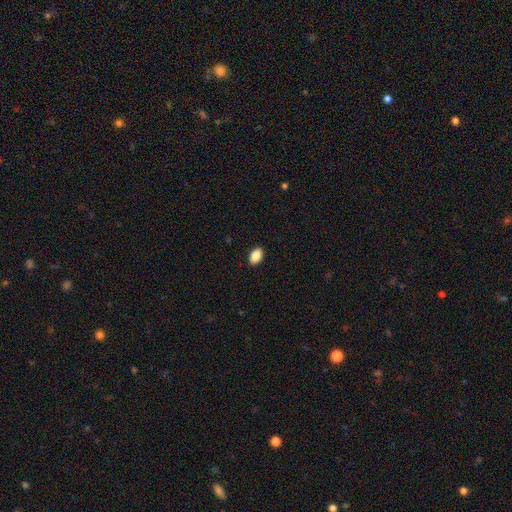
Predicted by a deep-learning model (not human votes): Smooth or featured: smooth — 87% (star or artifact — 8%)
How rounded: in between — 89% (round — 9%)
Merging: none — 90% (minor disturbance — 7%)